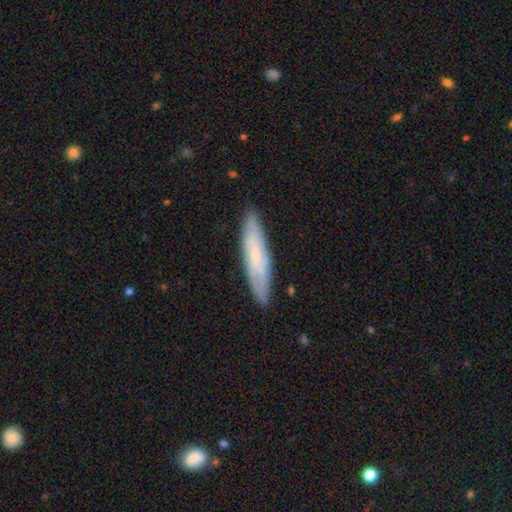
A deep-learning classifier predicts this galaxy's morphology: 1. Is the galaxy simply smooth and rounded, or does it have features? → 53% smooth, 40% featured or disk, 7% star or artifact.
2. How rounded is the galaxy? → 82% cigar-shaped, 17% in between, 1% round.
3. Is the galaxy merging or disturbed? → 87% none, 10% minor disturbance, 2% major disturbance, 1% merger.